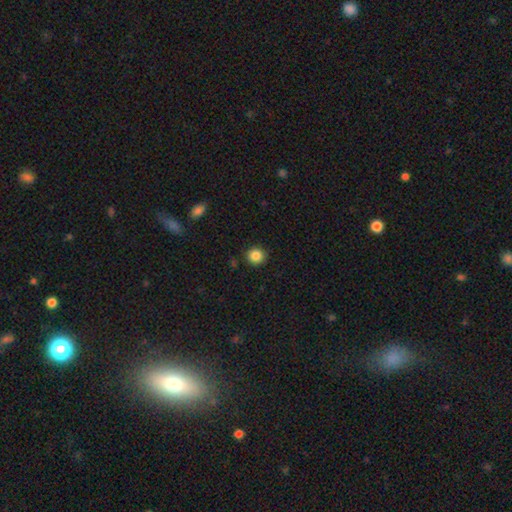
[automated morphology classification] Smooth or featured? smooth (86%)
How rounded? round (93%)
Merging? none (91%)